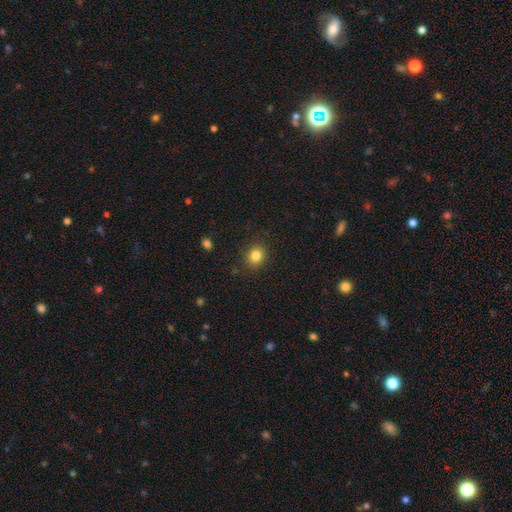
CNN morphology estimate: A smooth galaxy with no disk features (82%) that is round (77%). Merging: none (88%).